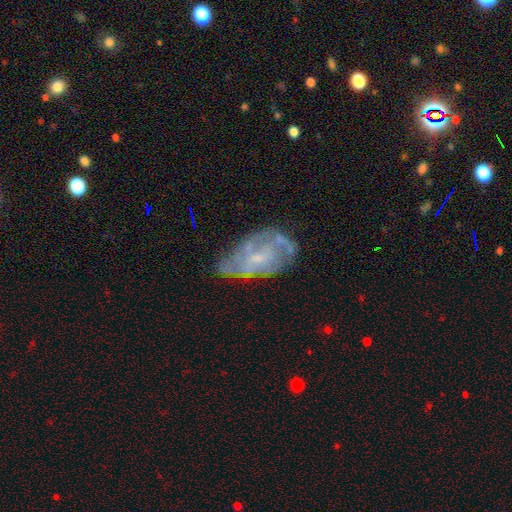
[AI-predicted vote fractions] Morphology: type=featured or disk (71%); edge-on=no (94%); bar=no (61%); spiral arms=yes (73%); bulge=small (62%); merging=none (56%).